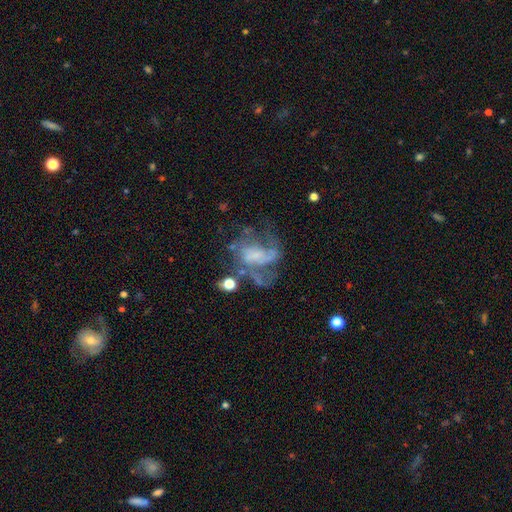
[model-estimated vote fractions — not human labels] A featured or disk galaxy (69%) with no bar (61%), spiral arms (65%) and no central bulge (52%). Merging: major disturbance (43%).